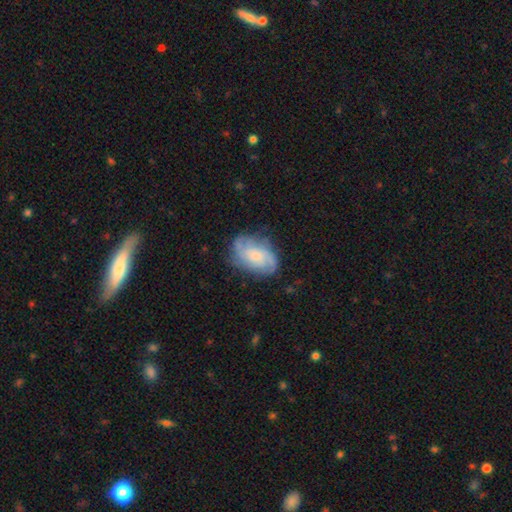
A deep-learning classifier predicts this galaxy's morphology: The model was most divided on "bulge size": moderate: 39%, small: 37%, none: 13%, large: 9%, dominant: 2%. Remaining: edge-on disk — no (97%); spiral arms — yes (90%); merging — none (70%); smooth or featured — featured or disk (65%); bar — no (64%); spiral winding — medium (42%); spiral arm count — 2 (37%).